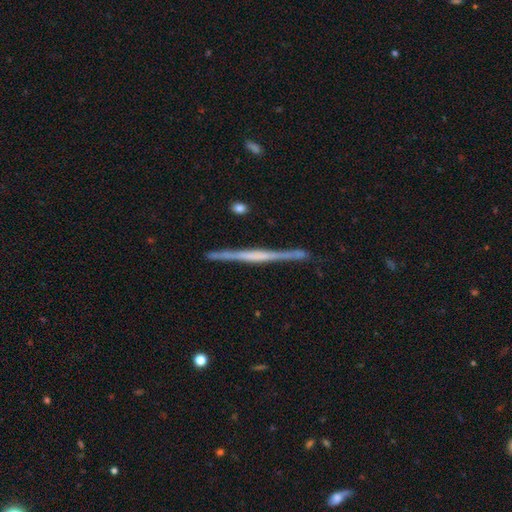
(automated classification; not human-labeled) smooth_or_featured: featured or disk (p=0.75) [alt: smooth p=0.19]
disk_edge_on: yes (p=0.98) [alt: no p=0.02]
edge_on_bulge: none (p=0.55) [alt: boxy p=0.23]
merging: none (p=0.88) [alt: minor disturbance p=0.09]